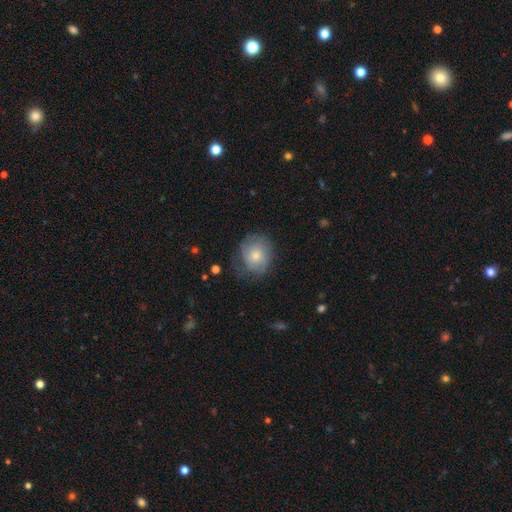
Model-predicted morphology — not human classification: smooth-or-featured: smooth: 72% | featured or disk: 21% | star or artifact: 7%
  how-rounded: round: 72% | in between: 28% | cigar-shaped: 1%
  merging: none: 58% | minor disturbance: 27% | major disturbance: 13% | merger: 1%